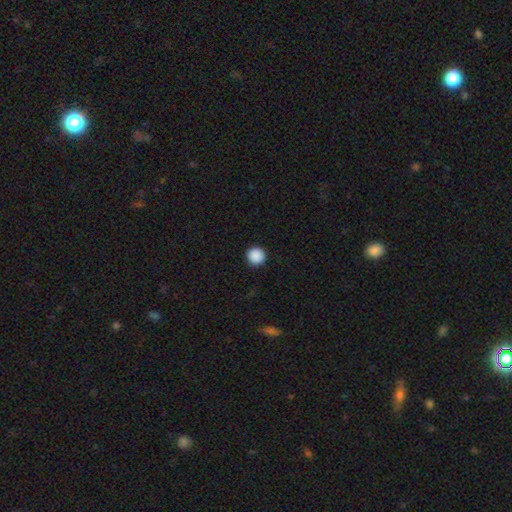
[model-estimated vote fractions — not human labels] Smooth or featured: smooth — 89% (star or artifact — 9%)
How rounded: round — 95% (in between — 4%)
Merging: none — 94% (minor disturbance — 4%)